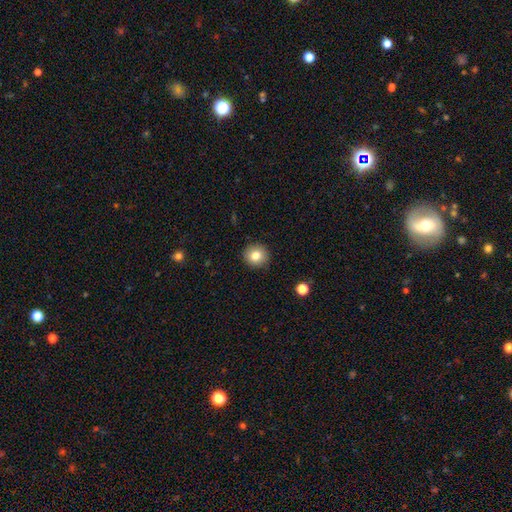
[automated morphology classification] Overall: smooth (81%). How rounded: round (93%). Merging: none (92%).